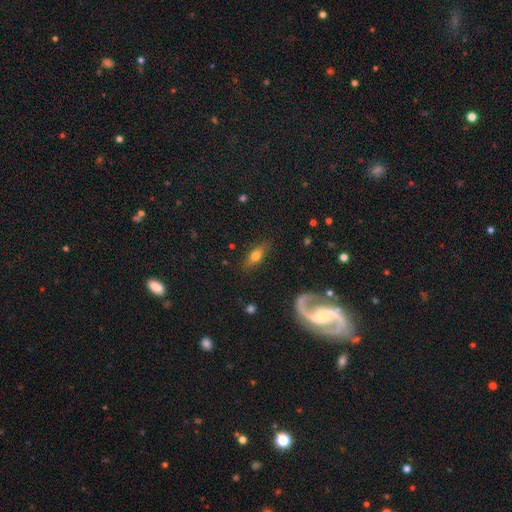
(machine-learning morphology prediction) Smooth or featured?
  - smooth: 54% *
  - featured or disk: 37%
  - star or artifact: 9%
How rounded?
  - in between: 61% *
  - cigar-shaped: 29%
  - round: 10%
Merging?
  - none: 83% *
  - minor disturbance: 11%
  - major disturbance: 4%
  - merger: 2%